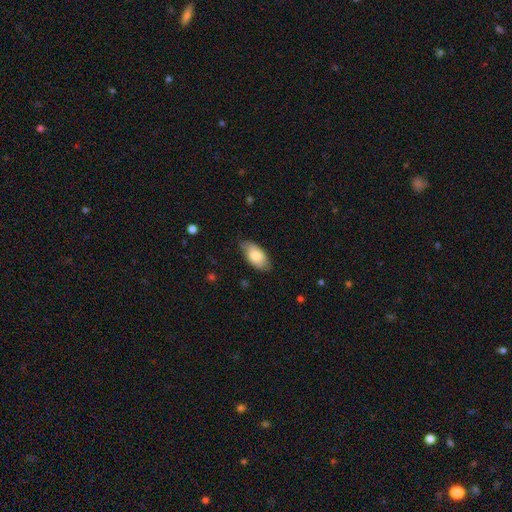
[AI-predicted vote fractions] Morphology: type=smooth (76%); roundness=in between (94%); merging=none (75%).